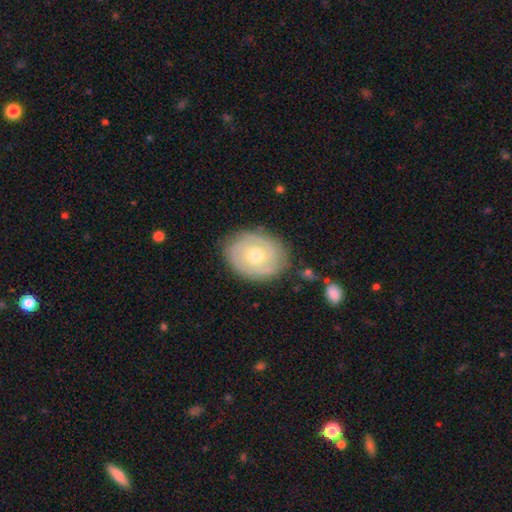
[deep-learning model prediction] featured or disk 66%, smooth 28%, star or artifact 6%. Down the decision tree: edge-on disk — no (96%); bar — no (76%); spiral arms — yes (78%); bulge size — moderate (66%); merging — none (80%).